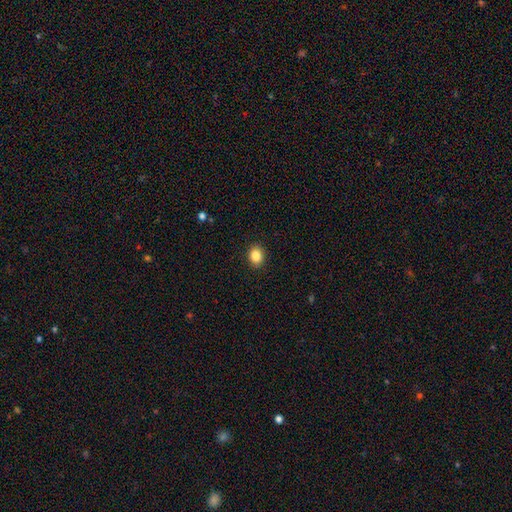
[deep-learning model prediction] Morphology: type=smooth (86%); roundness=in between (50%); merging=none (90%).